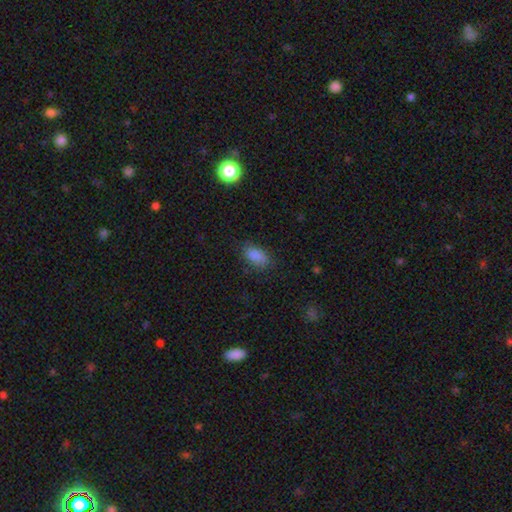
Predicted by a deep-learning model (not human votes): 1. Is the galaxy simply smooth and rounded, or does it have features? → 85% smooth, 10% star or artifact, 5% featured or disk.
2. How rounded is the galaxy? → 90% in between, 7% round, 3% cigar-shaped.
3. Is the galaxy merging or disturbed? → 76% none, 17% minor disturbance, 6% major disturbance, 1% merger.